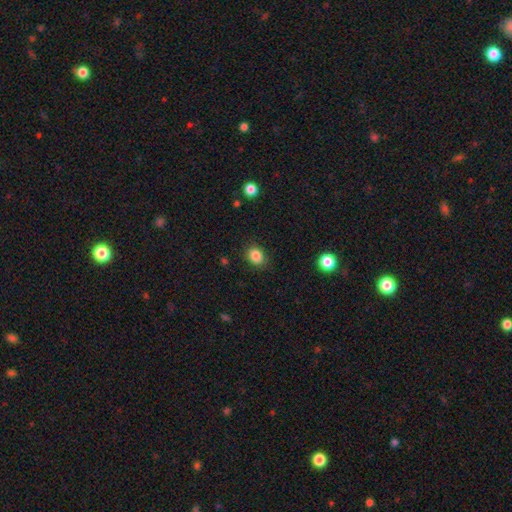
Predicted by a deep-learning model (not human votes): The model was most divided on "how rounded": round: 53%, in between: 46%, cigar-shaped: 1%. More confident: smooth or featured — smooth (86%); merging — none (85%).